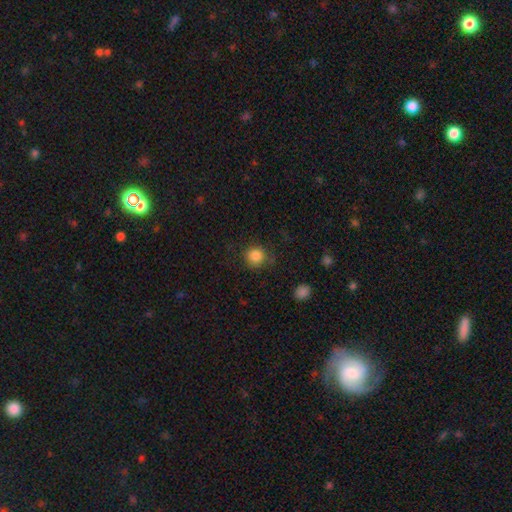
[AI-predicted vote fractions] Q: Smooth or featured?
A: smooth (85%); runner-up: star or artifact (10%)
Q: How rounded?
A: round (92%); runner-up: in between (7%)
Q: Merging?
A: none (80%); runner-up: minor disturbance (14%)